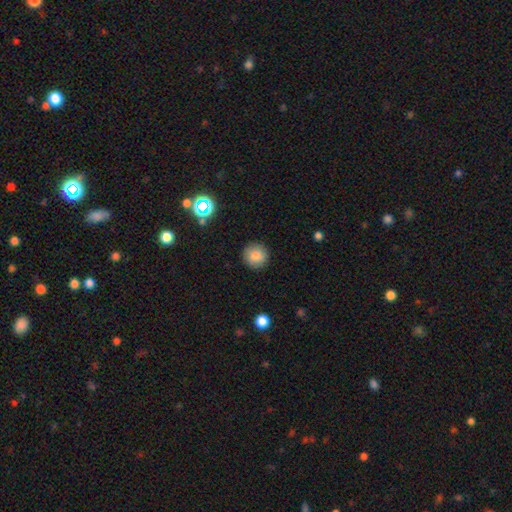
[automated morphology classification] Smooth or featured?
  - smooth: 83% *
  - star or artifact: 11%
  - featured or disk: 7%
How rounded?
  - round: 94% *
  - in between: 5%
  - cigar-shaped: 1%
Merging?
  - none: 90% *
  - minor disturbance: 7%
  - major disturbance: 2%
  - merger: 1%